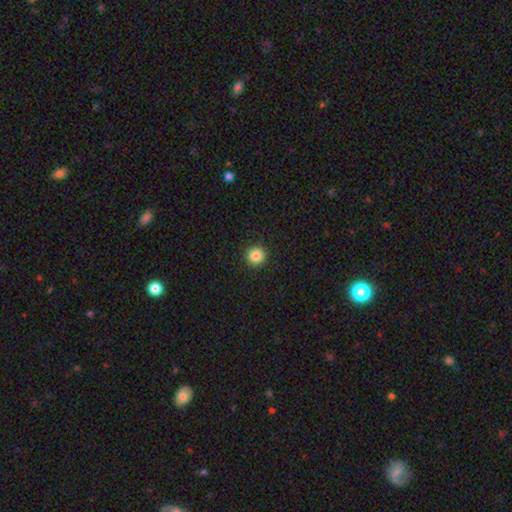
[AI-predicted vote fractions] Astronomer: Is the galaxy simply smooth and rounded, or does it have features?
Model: smooth — 86%.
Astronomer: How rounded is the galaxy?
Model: round — 95%.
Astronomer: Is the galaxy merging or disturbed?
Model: none — 93%.